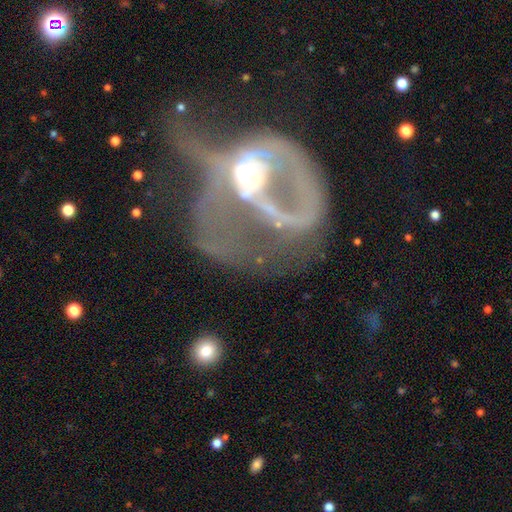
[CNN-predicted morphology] Q: Smooth or featured?
A: featured or disk (71%); runner-up: smooth (17%)
Q: Edge-on disk?
A: no (94%); runner-up: yes (6%)
Q: Bar?
A: no (70%); runner-up: weak (19%)
Q: Spiral arms?
A: no (59%); runner-up: yes (41%)
Q: Bulge size?
A: moderate (62%); runner-up: small (25%)
Q: Merging?
A: major disturbance (51%); runner-up: merger (29%)